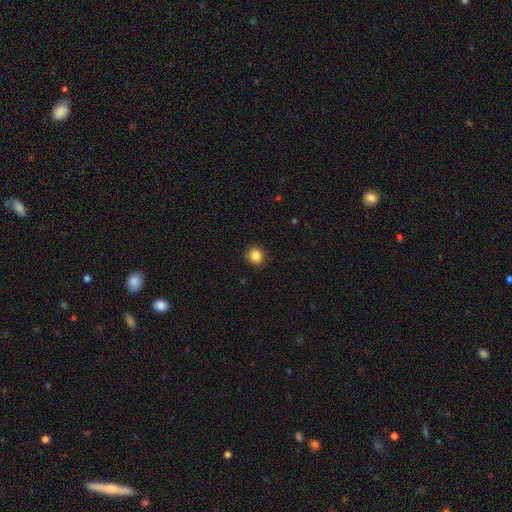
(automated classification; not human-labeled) This is clearly a smooth galaxy (85%). How rounded: clearly round (85%). Merging: clearly none (89%).